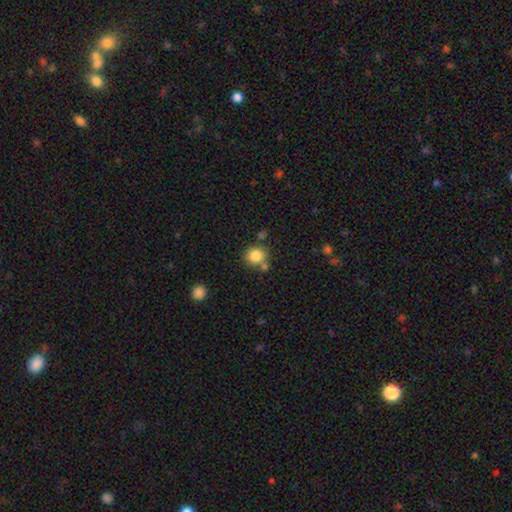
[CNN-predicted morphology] This appears to be a smooth galaxy with no disk features (83%) that is round (85%). Merging: none (70%).